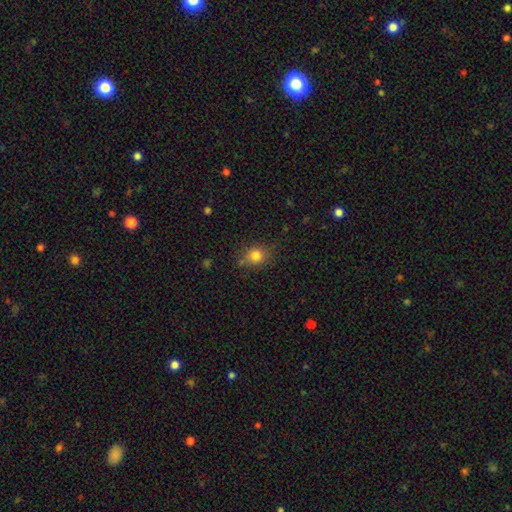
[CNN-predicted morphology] This is clearly a smooth galaxy (80%). How rounded: likely round (68%). Merging: likely none (74%).